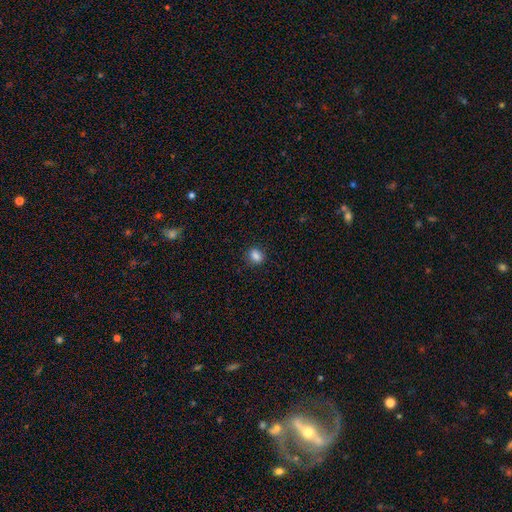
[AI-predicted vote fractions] smooth 85%, star or artifact 10%, featured or disk 4%. Down the decision tree: how rounded — in between (57%); merging — none (86%).